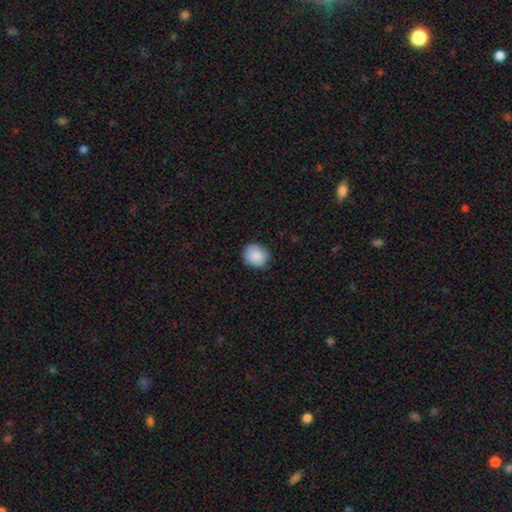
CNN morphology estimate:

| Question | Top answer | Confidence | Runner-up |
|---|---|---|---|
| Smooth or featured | smooth | 88% | star or artifact (7%) |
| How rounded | round | 71% | in between (28%) |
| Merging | none | 84% | minor disturbance (13%) |